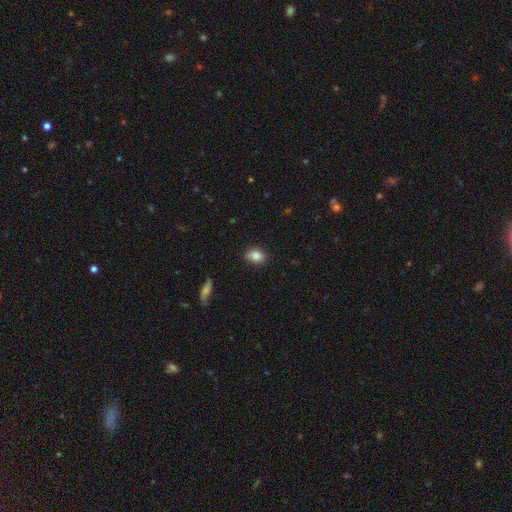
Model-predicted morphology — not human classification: Smooth or featured: smooth — 86% (star or artifact — 9%)
How rounded: in between — 67% (round — 31%)
Merging: none — 86% (minor disturbance — 11%)